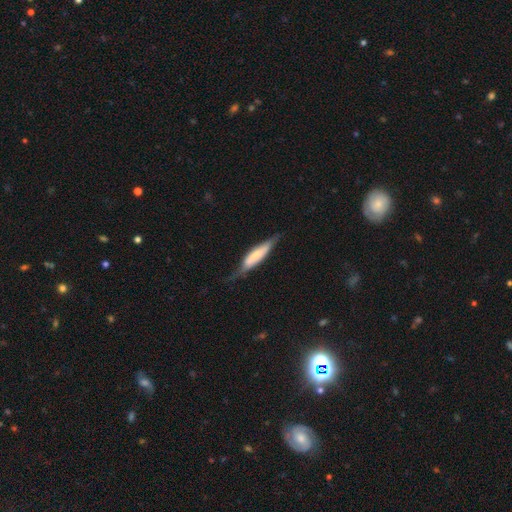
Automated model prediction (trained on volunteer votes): Smooth or featured? Predicted: smooth (p=0.55). How rounded? Predicted: cigar-shaped (p=0.71). Merging? Predicted: none (p=0.58).